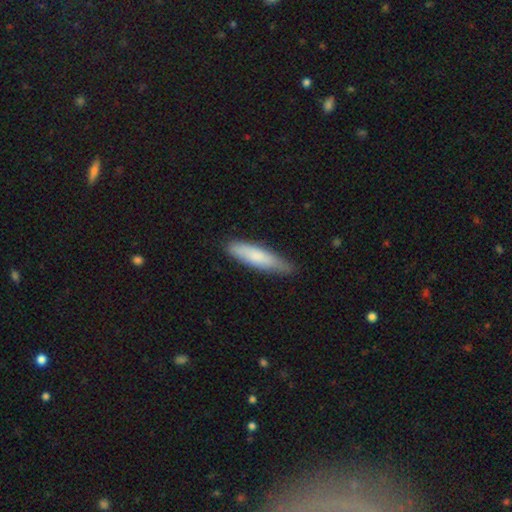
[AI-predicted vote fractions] This is likely a smooth galaxy (78%). How rounded: likely cigar-shaped (74%). Merging: likely none (76%).